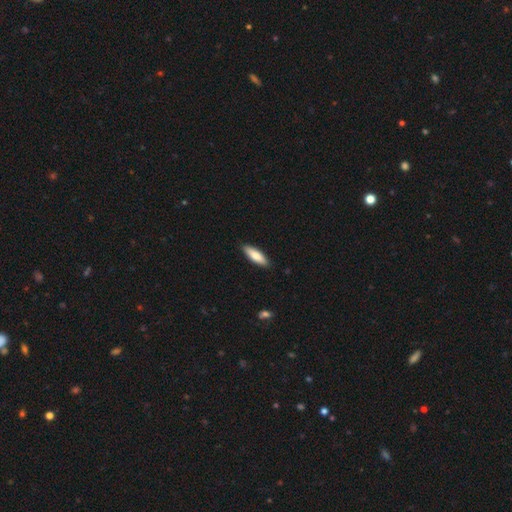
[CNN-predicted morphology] Smooth or featured?
  - smooth: 76% *
  - featured or disk: 19%
  - star or artifact: 5%
How rounded?
  - cigar-shaped: 54% *
  - in between: 44%
  - round: 2%
Merging?
  - none: 89% *
  - minor disturbance: 8%
  - major disturbance: 2%
  - merger: 1%